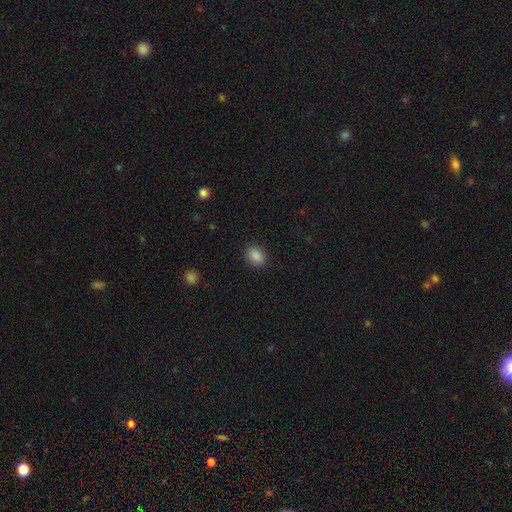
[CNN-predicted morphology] Overall: smooth (87%). How rounded: in between (66%; round 33%). Merging: none (88%).